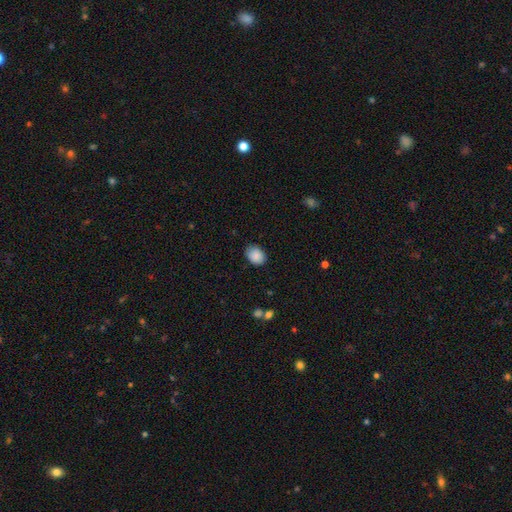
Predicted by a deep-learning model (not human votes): This is clearly a smooth galaxy (89%). How rounded: likely in between (66%). Merging: clearly none (82%).